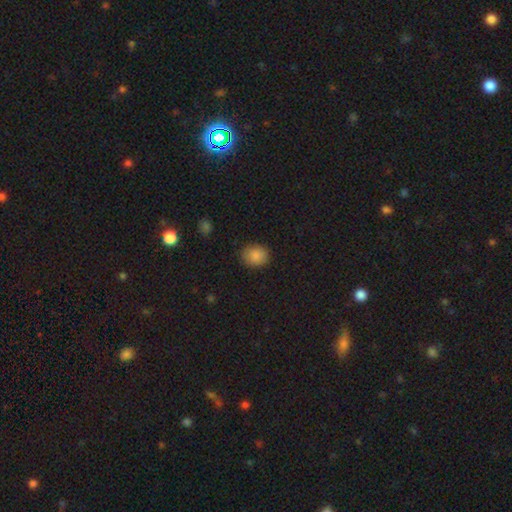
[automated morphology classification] This is clearly a smooth galaxy (87%). How rounded: likely round (60%). Merging: clearly none (87%).